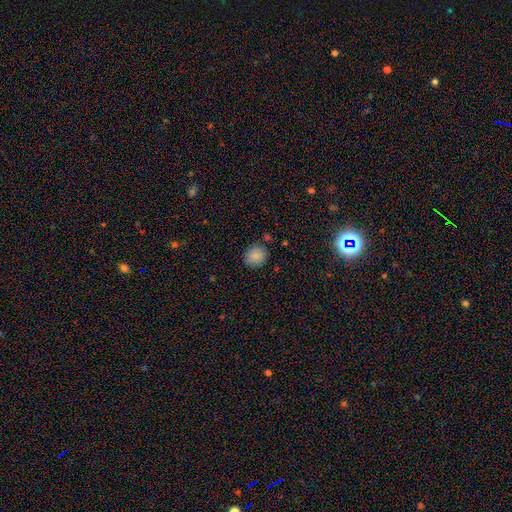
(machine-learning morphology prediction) smooth_or_featured: smooth (p=0.85) [alt: star or artifact p=0.09]
how_rounded: round (p=0.77) [alt: in between p=0.22]
merging: none (p=0.82) [alt: minor disturbance p=0.12]